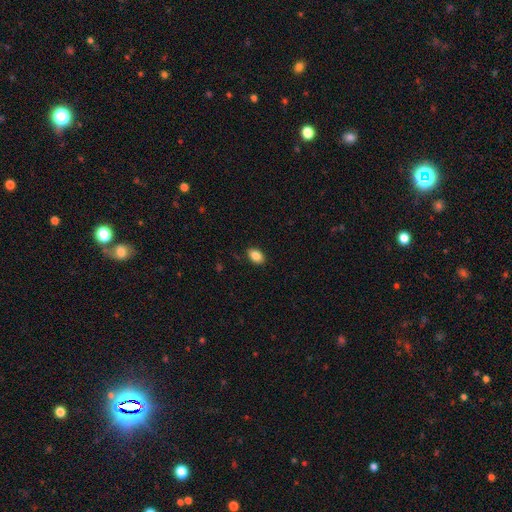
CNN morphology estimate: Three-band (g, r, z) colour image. It shows a smooth galaxy with no disk features (86%) that is in between round and cigar-shaped (86%). Merging: none (87%).